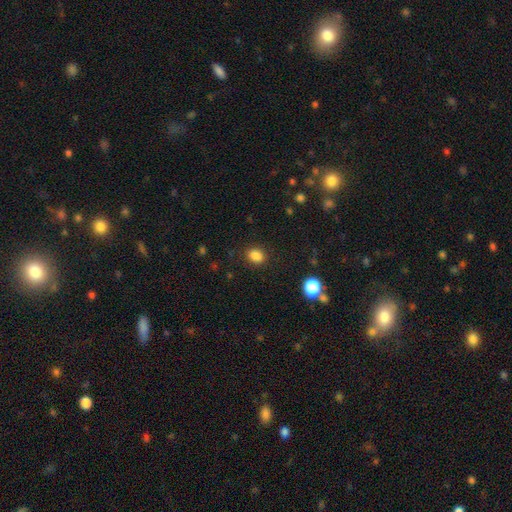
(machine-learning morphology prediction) This is clearly a smooth galaxy (84%). How rounded: possibly in between (51%). Merging: clearly none (83%).